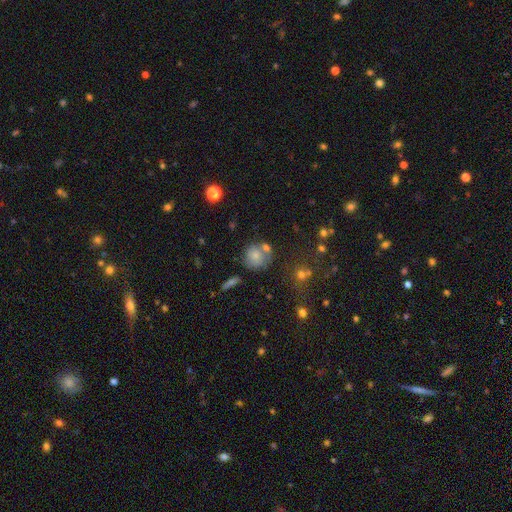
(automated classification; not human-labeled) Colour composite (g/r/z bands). It shows a smooth galaxy with no disk features (72%) that is round (83%). Merging: none (56%).